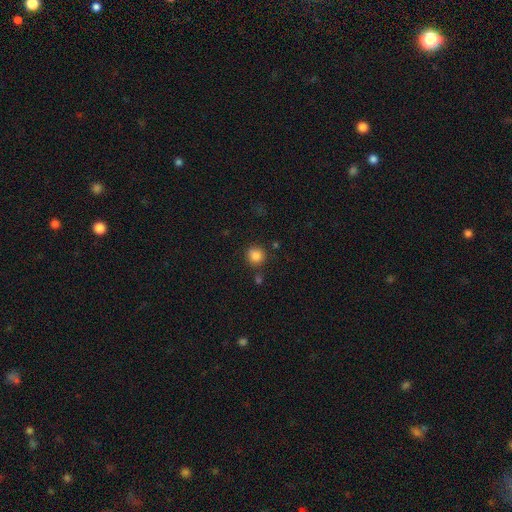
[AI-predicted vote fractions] Smooth or featured? Predicted: smooth (p=0.84). How rounded? Predicted: round (p=0.90). Merging? Predicted: none (p=0.81).